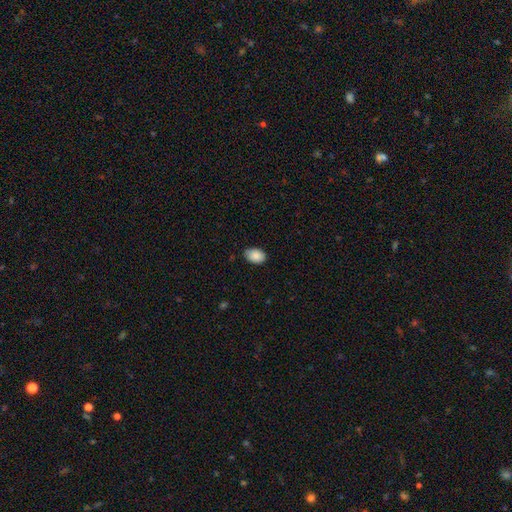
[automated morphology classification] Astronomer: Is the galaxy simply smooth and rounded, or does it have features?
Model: smooth — 89%.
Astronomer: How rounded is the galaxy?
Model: in between — 86%.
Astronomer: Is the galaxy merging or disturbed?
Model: none — 79%.